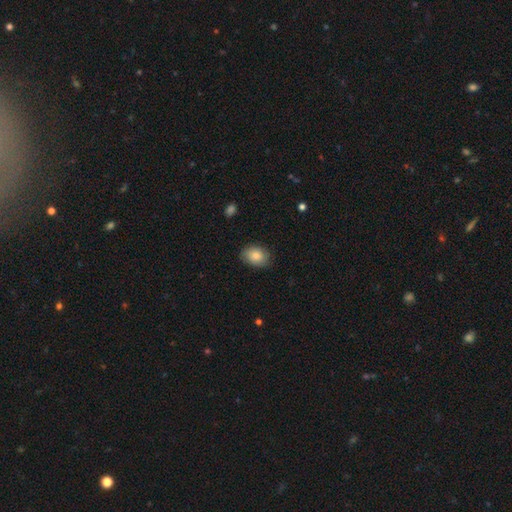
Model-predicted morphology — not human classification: A smooth galaxy with no disk features (82%) that is in between round and cigar-shaped (71%).

Vote fractions:
- Smooth or featured? smooth: 82% / featured or disk: 11% / star or artifact: 7%
- How rounded? in between: 71% / round: 28% / cigar-shaped: 1%
- Merging? none: 81% / minor disturbance: 15% / major disturbance: 3% / merger: 1%